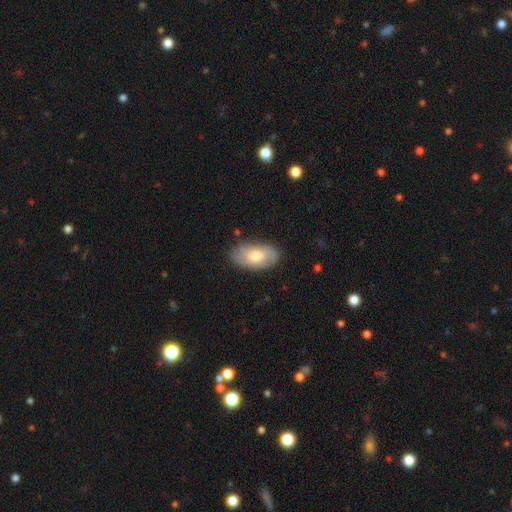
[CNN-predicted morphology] smooth-or-featured: smooth: 61% | featured or disk: 33% | star or artifact: 6%
  how-rounded: in between: 94% | round: 4% | cigar-shaped: 2%
  merging: none: 79% | minor disturbance: 16% | major disturbance: 3% | merger: 1%